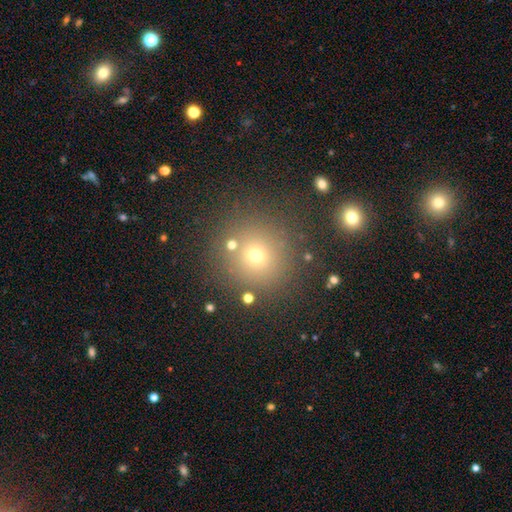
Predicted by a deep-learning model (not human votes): smooth-or-featured: smooth: 67% | star or artifact: 22% | featured or disk: 11%
  how-rounded: round: 92% | in between: 7% | cigar-shaped: 1%
  merging: none: 80% | minor disturbance: 9% | merger: 7% | major disturbance: 4%